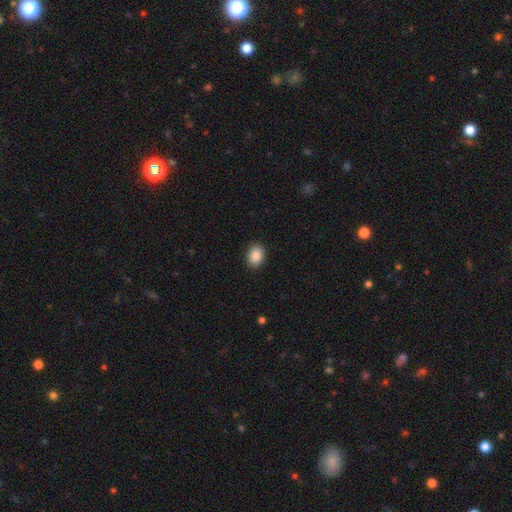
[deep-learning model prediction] Smooth or featured? smooth (88%)
How rounded? in between (73%)
Merging? none (90%)